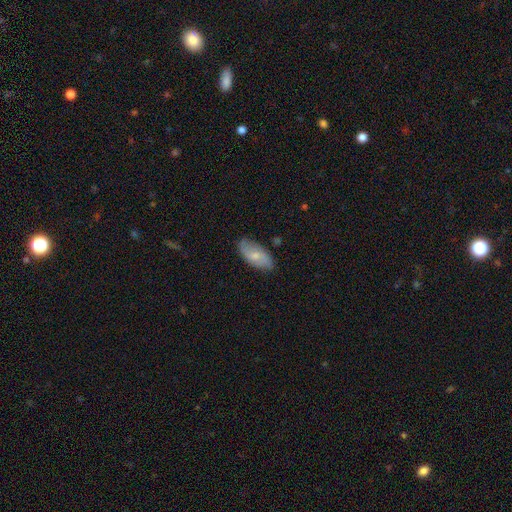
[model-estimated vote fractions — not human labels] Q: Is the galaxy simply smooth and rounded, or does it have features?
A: smooth — 56%.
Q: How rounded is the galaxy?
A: in between — 92%.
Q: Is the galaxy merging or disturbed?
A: none — 79%.